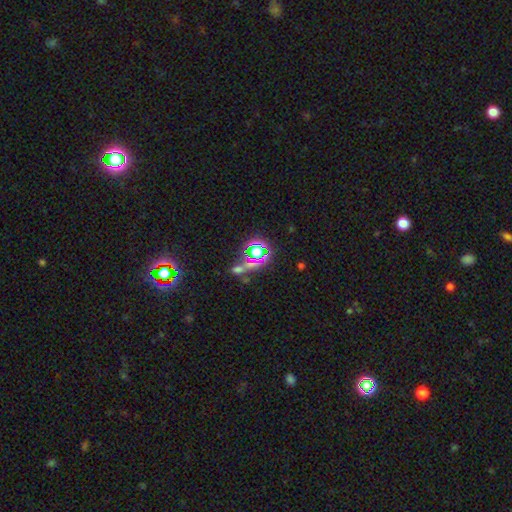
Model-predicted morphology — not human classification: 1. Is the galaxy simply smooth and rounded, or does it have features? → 62% star or artifact, 27% smooth, 11% featured or disk.